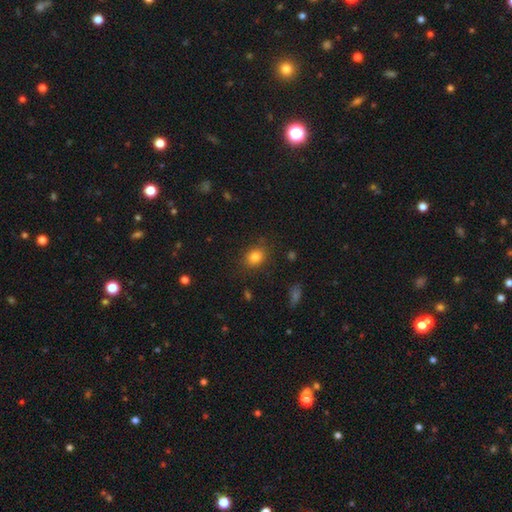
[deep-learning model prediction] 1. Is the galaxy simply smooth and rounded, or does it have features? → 83% smooth, 11% star or artifact, 6% featured or disk.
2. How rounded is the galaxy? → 55% in between, 44% round, 1% cigar-shaped.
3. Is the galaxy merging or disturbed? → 83% none, 12% minor disturbance, 4% major disturbance, 2% merger.